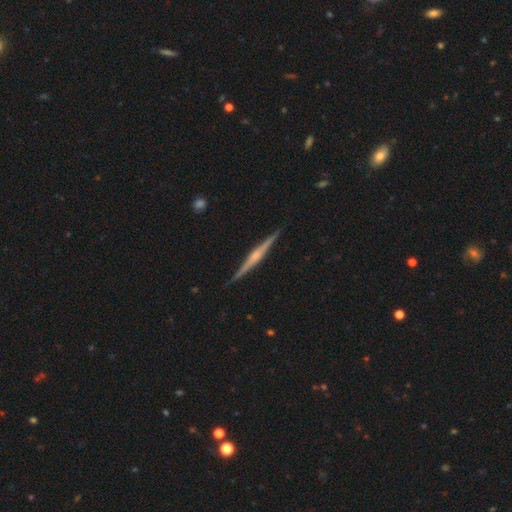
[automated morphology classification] Smooth or featured?
  - featured or disk: 80% *
  - smooth: 15%
  - star or artifact: 5%
Edge-on disk?
  - yes: 98% *
  - no: 2%
Edge-on bulge?
  - rounded: 73% *
  - boxy: 14%
  - none: 13%
Merging?
  - none: 91% *
  - minor disturbance: 7%
  - major disturbance: 1%
  - merger: 1%